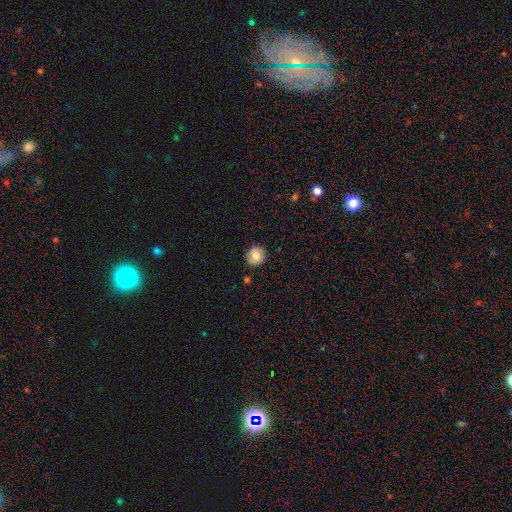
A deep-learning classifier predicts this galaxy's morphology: Smooth or featured? Predicted: smooth (p=0.82). How rounded? Predicted: round (p=0.88). Merging? Predicted: none (p=0.86).